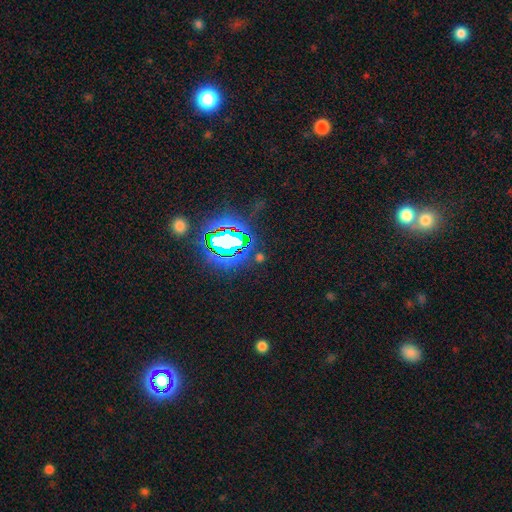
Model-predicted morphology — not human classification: A star or artifact, not a galaxy (77%).